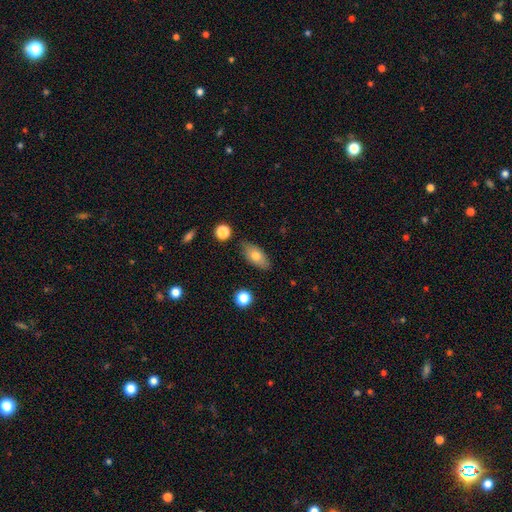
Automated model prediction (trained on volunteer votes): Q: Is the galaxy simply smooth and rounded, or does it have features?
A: smooth — 74%.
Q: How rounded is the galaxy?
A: in between — 87%.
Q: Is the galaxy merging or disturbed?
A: none — 82%.